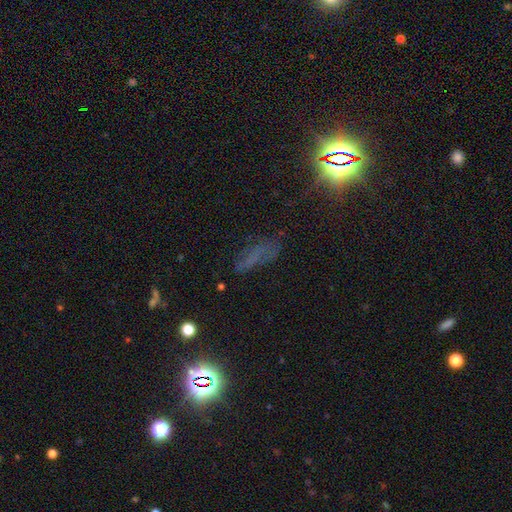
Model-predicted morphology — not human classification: This appears to be a star or artifact, not a galaxy (44%).